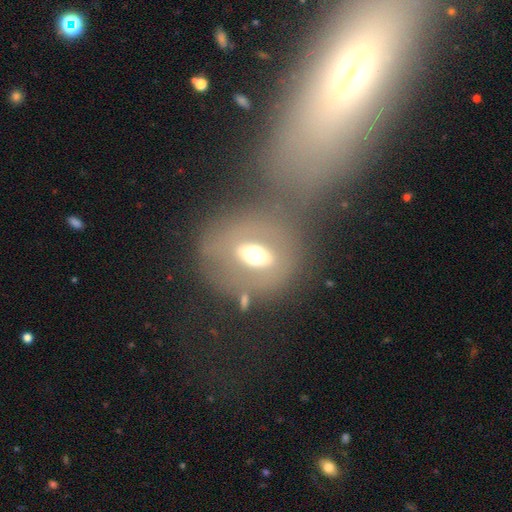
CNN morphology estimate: A featured or disk galaxy (49%). Merging: none (46%).